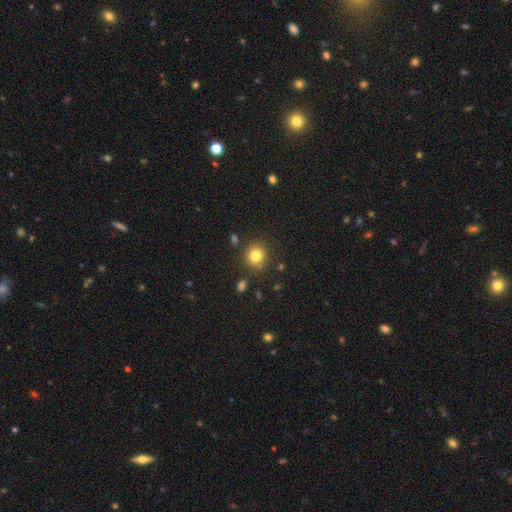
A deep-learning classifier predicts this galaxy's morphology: smooth-or-featured: smooth: 82% | star or artifact: 12% | featured or disk: 7%
  how-rounded: round: 87% | in between: 12% | cigar-shaped: 1%
  merging: none: 85% | minor disturbance: 9% | merger: 3% | major disturbance: 3%